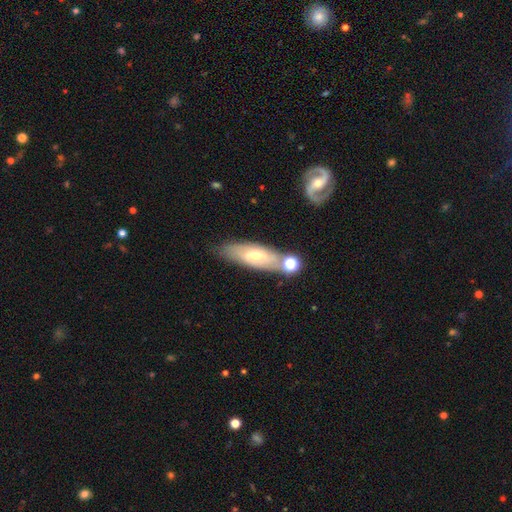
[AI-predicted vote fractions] featured or disk 54%, smooth 38%, star or artifact 8%. Down the decision tree: edge-on disk — no (75%); merging — none (67%).